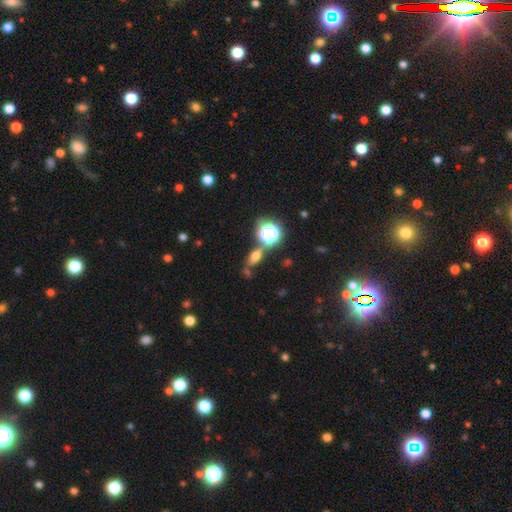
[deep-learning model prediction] A smooth galaxy with no disk features (61%) that is in between round and cigar-shaped (62%).

Vote fractions:
- Smooth or featured? smooth: 61% / star or artifact: 24% / featured or disk: 15%
- How rounded? in between: 62% / round: 26% / cigar-shaped: 12%
- Merging? none: 67% / merger: 14% / minor disturbance: 13% / major disturbance: 5%